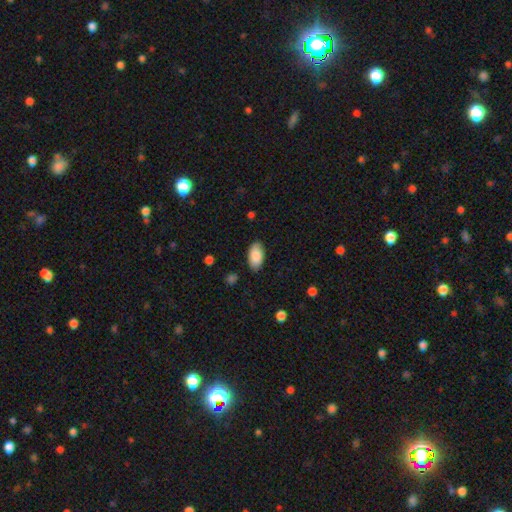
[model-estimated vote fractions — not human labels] Morphology: type=smooth (88%); roundness=in between (95%); merging=none (86%).